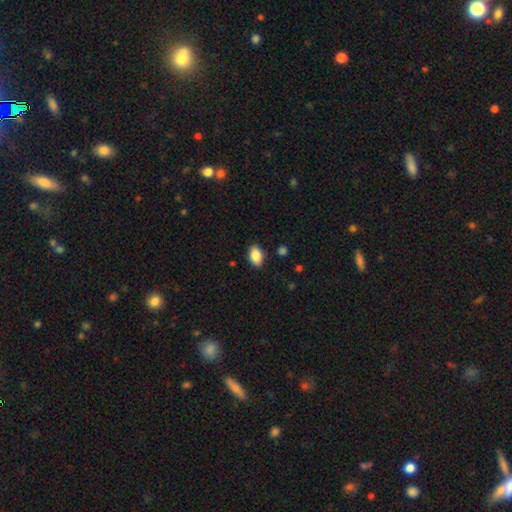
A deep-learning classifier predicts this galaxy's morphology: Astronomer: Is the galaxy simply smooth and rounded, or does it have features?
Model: smooth — 87%.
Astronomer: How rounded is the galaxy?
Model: in between — 88%.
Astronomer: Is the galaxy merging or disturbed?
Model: none — 87%.